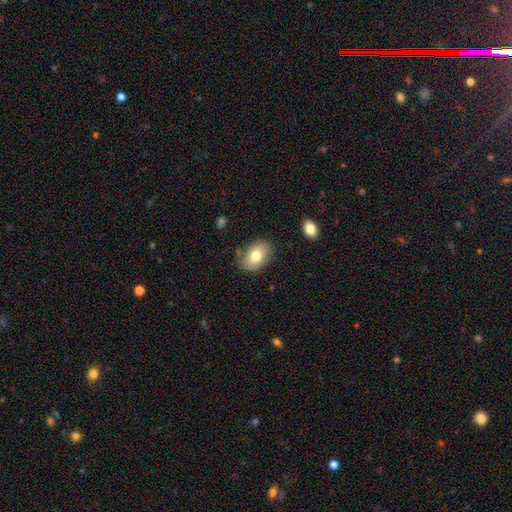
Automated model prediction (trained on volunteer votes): Overall: smooth (77%). How rounded: in between (83%). Merging: none (79%).